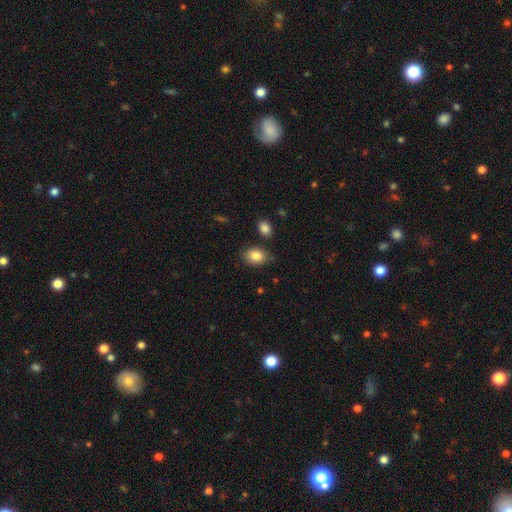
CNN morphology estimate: smooth 85%, star or artifact 8%, featured or disk 7%. Down the decision tree: how rounded — in between (73%); merging — none (76%).